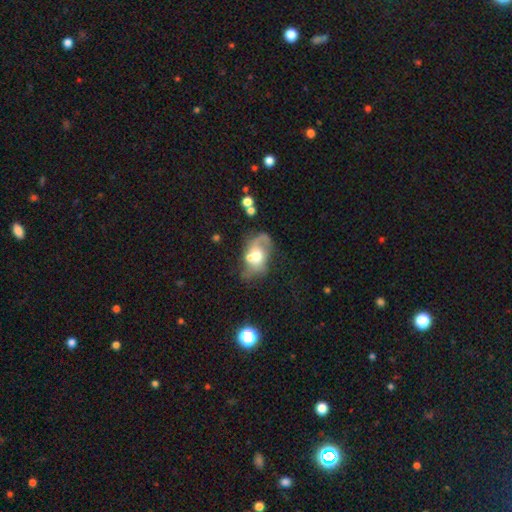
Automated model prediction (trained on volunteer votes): smooth_or_featured: featured or disk (p=0.54) [alt: smooth p=0.37]
disk_edge_on: no (p=0.95) [alt: yes p=0.05]
bar: no (p=0.76) [alt: weak p=0.20]
has_spiral_arms: yes (p=0.59) [alt: no p=0.41]
bulge_size: moderate (p=0.67) [alt: large p=0.16]
merging: none (p=0.30) [alt: merger p=0.28]